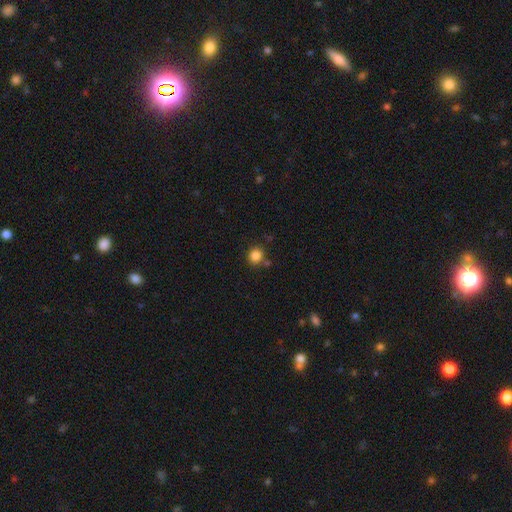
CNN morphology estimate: Smooth or featured? smooth (85%)
How rounded? round (85%)
Merging? none (79%)